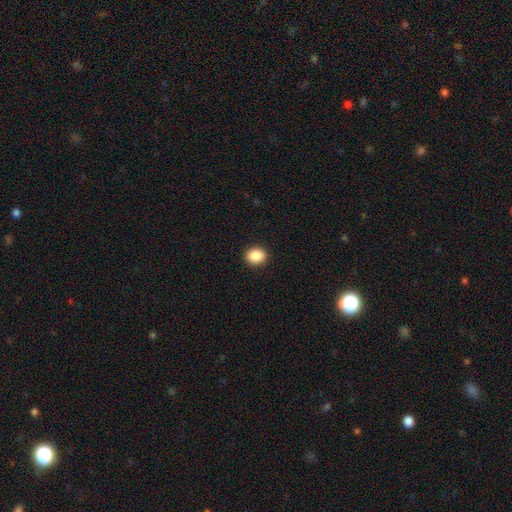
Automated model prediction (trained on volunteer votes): Smooth or featured?
  - smooth: 88% *
  - star or artifact: 8%
  - featured or disk: 3%
How rounded?
  - in between: 50% *
  - round: 49%
  - cigar-shaped: 1%
Merging?
  - none: 91% *
  - minor disturbance: 6%
  - major disturbance: 2%
  - merger: 1%